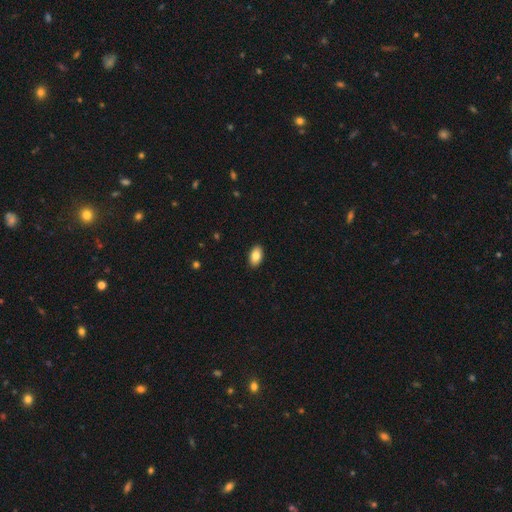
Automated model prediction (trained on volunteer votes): A smooth galaxy with no disk features (85%) that is in between round and cigar-shaped (93%).

Vote fractions:
- Smooth or featured? smooth: 85% / featured or disk: 8% / star or artifact: 7%
- How rounded? in between: 93% / round: 5% / cigar-shaped: 2%
- Merging? none: 91% / minor disturbance: 7% / major disturbance: 2% / merger: 1%